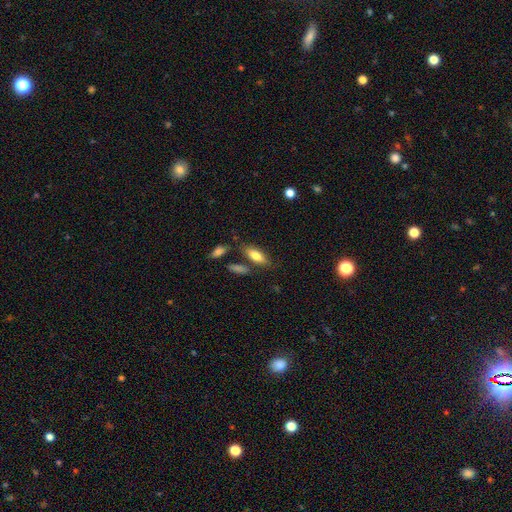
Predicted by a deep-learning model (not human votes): smooth 76%, featured or disk 17%, star or artifact 7%. Down the decision tree: how rounded — in between (75%); merging — none (71%).